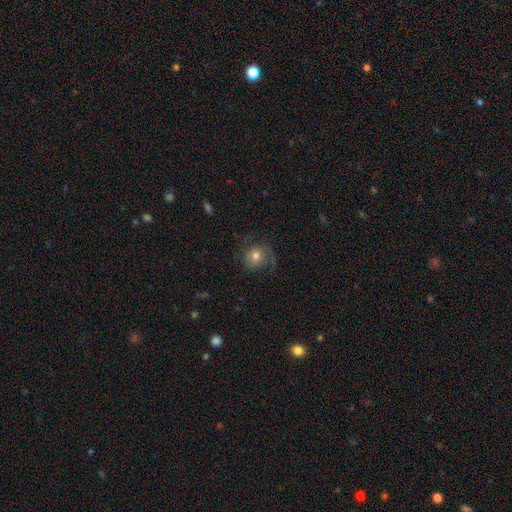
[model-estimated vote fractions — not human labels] This is possibly a featured or disk galaxy (46%). Merging: possibly none (60%).